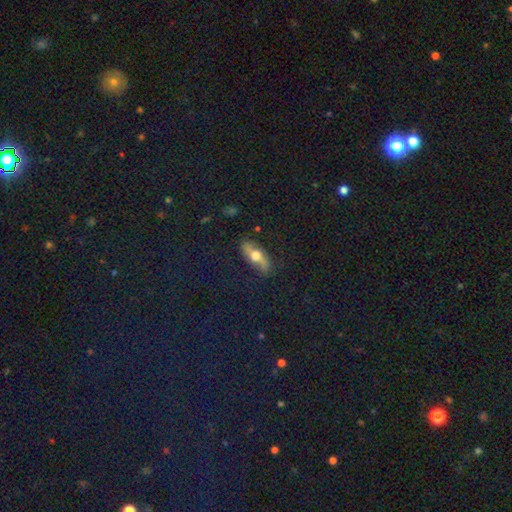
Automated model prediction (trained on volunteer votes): This is possibly a featured or disk galaxy (49%). Merging: clearly none (81%).